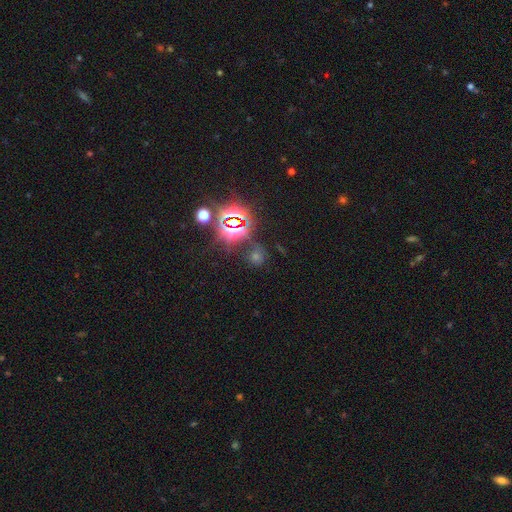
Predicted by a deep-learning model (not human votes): smooth-or-featured: star or artifact: 67% | smooth: 23% | featured or disk: 9%